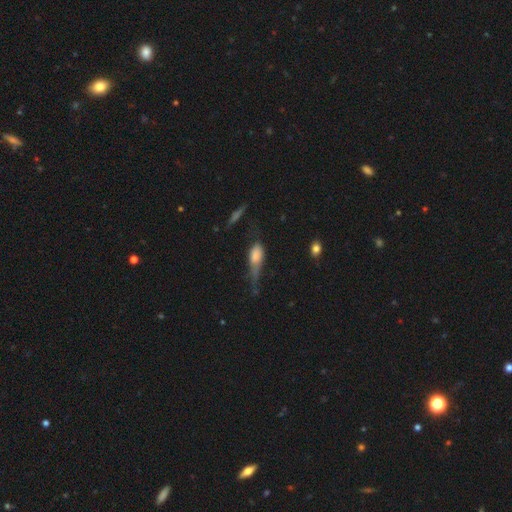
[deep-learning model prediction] A smooth galaxy with no disk features (66%) that is in between round and cigar-shaped (75%).

Vote fractions:
- Smooth or featured? smooth: 66% / featured or disk: 24% / star or artifact: 9%
- How rounded? in between: 75% / cigar-shaped: 19% / round: 6%
- Merging? major disturbance: 40% / minor disturbance: 34% / none: 21% / merger: 5%